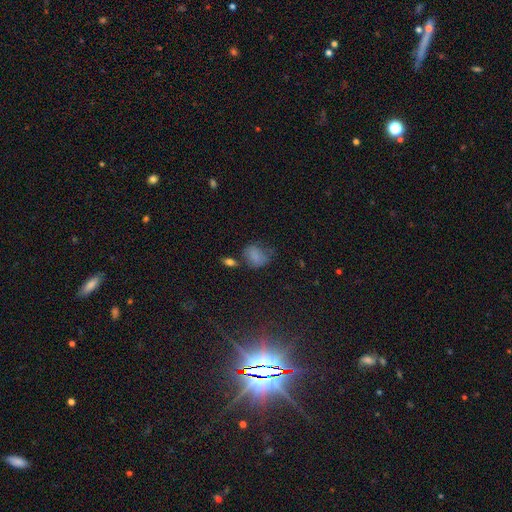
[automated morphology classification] This appears to be a smooth galaxy with no disk features (76%) that is in between round and cigar-shaped (55%). Merging: none (44%).